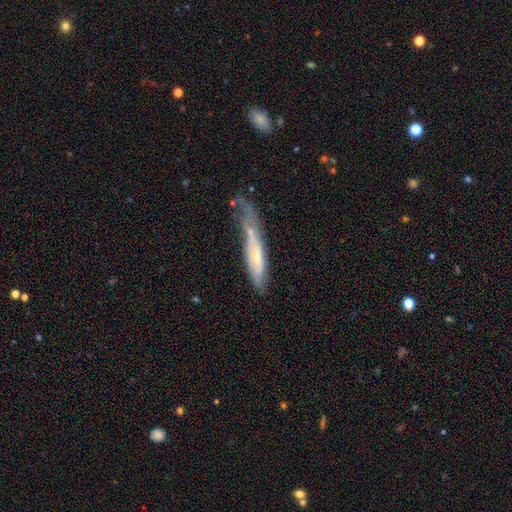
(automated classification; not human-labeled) The model was most divided on "merging": none: 32%, minor disturbance: 29%, major disturbance: 27%, merger: 12%. More confident: edge-on disk — yes (57%); smooth or featured — featured or disk (55%).